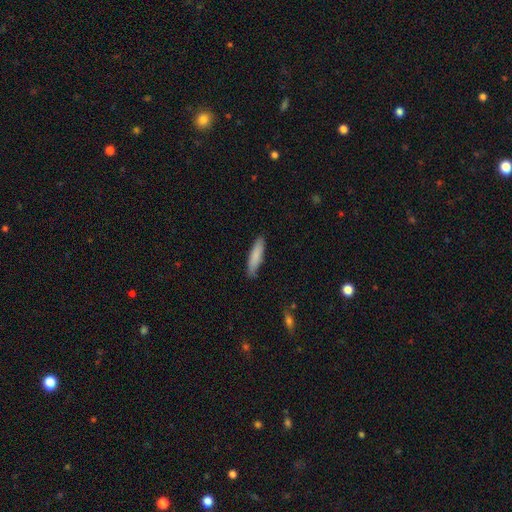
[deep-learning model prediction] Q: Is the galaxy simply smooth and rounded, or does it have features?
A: smooth — 84%.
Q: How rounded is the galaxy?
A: cigar-shaped — 78%.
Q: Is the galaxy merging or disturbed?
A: none — 85%.